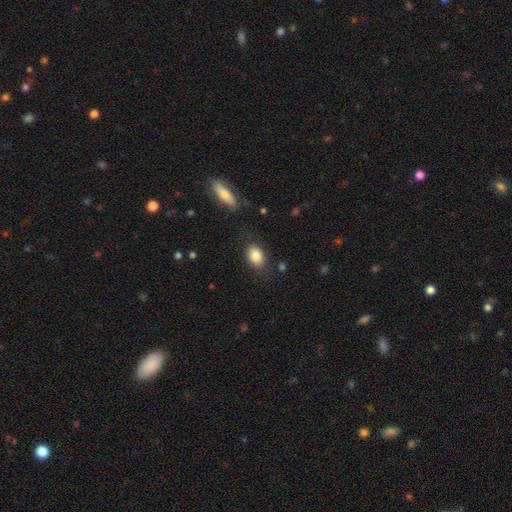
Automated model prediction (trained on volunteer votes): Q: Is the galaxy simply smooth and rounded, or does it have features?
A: smooth — 84%.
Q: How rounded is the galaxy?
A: in between — 82%.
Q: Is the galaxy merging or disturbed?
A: none — 82%.